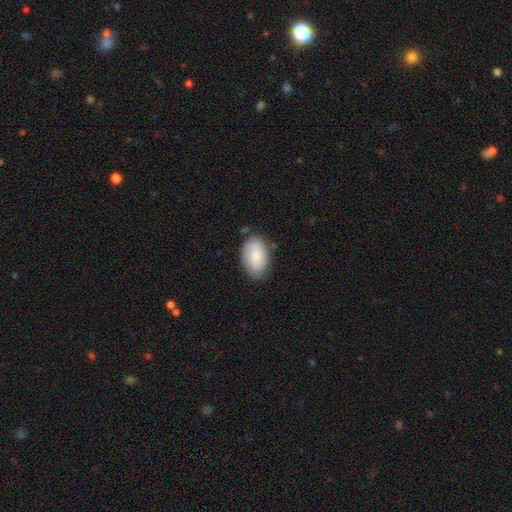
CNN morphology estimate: smooth-or-featured: smooth: 72% | featured or disk: 22% | star or artifact: 6%
  how-rounded: in between: 91% | round: 8% | cigar-shaped: 1%
  merging: none: 74% | minor disturbance: 20% | major disturbance: 4% | merger: 2%